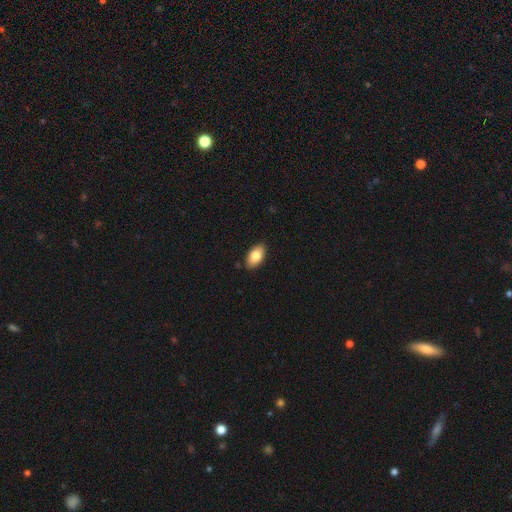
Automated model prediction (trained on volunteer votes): This appears to be a smooth galaxy with no disk features (81%) that is in between round and cigar-shaped (93%). Merging: none (88%).